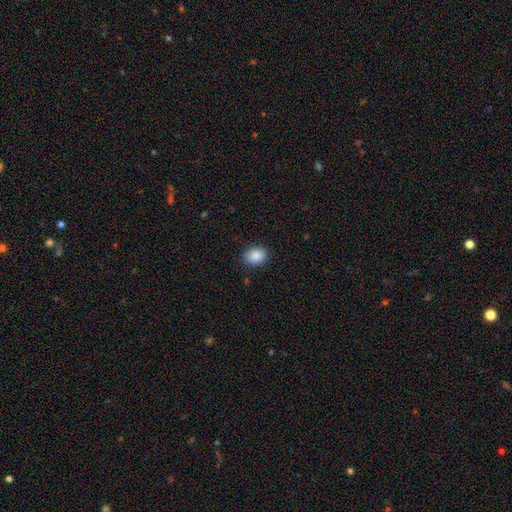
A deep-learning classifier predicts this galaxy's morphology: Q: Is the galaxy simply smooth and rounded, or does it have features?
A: smooth — 87%.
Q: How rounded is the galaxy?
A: in between — 63%.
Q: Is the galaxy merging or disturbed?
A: none — 88%.